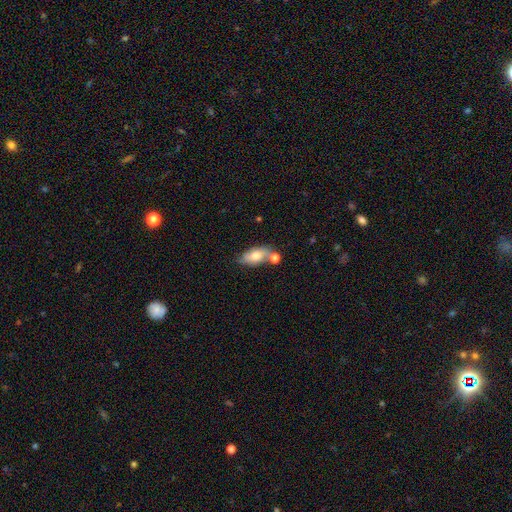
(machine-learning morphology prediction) This appears to be a smooth galaxy with no disk features (67%) that is in between round and cigar-shaped (84%). Merging: none (57%).